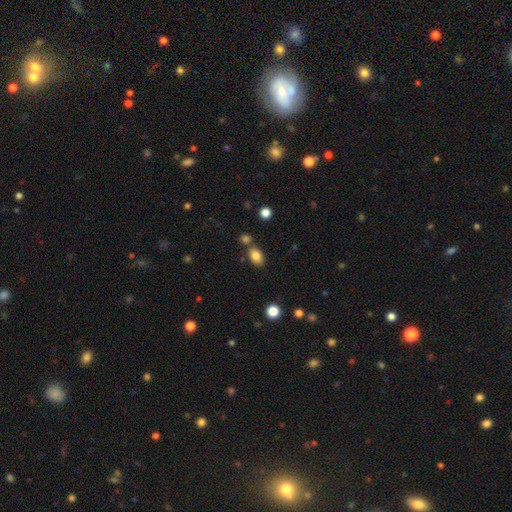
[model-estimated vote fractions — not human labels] Morphology: type=smooth (83%); roundness=in between (87%); merging=none (70%).